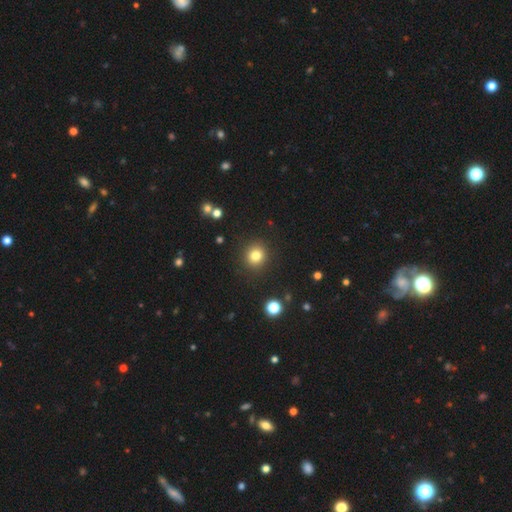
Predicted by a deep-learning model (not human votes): A smooth galaxy with no disk features (81%) that is round (88%).

Vote fractions:
- Smooth or featured? smooth: 81% / star or artifact: 13% / featured or disk: 7%
- How rounded? round: 88% / in between: 11% / cigar-shaped: 1%
- Merging? none: 90% / minor disturbance: 6% / major disturbance: 2% / merger: 1%